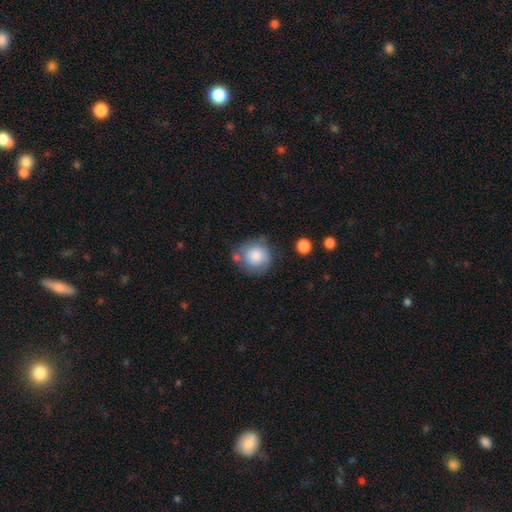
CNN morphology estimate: The model was most divided on "merging": none: 59%, minor disturbance: 23%, major disturbance: 9%, merger: 8%. More confident: how rounded — round (87%); smooth or featured — smooth (72%).